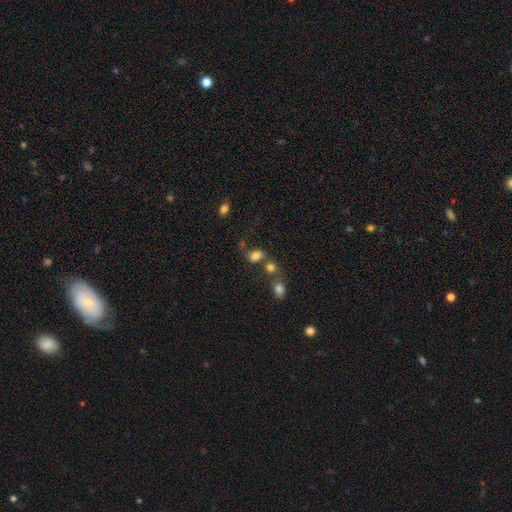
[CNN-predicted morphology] type=smooth (78%); roundness=in between (66%); merging=none (47%).